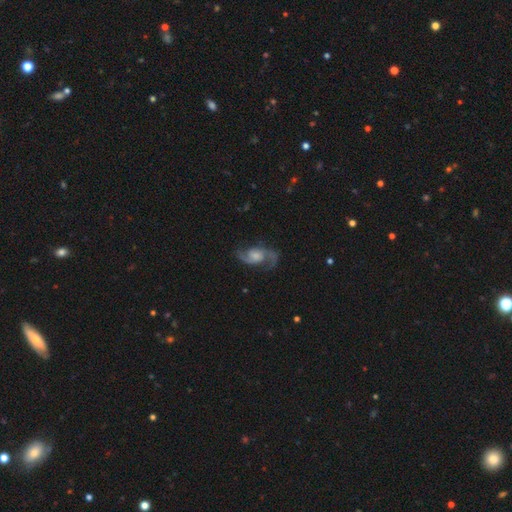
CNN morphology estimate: type=featured or disk (89%); edge-on=no (97%); bar=no (59%); spiral arms=yes (97%); winding=medium (45%, tied with loose); arm count=2 (93%); bulge=moderate (38%); merging=none (76%).